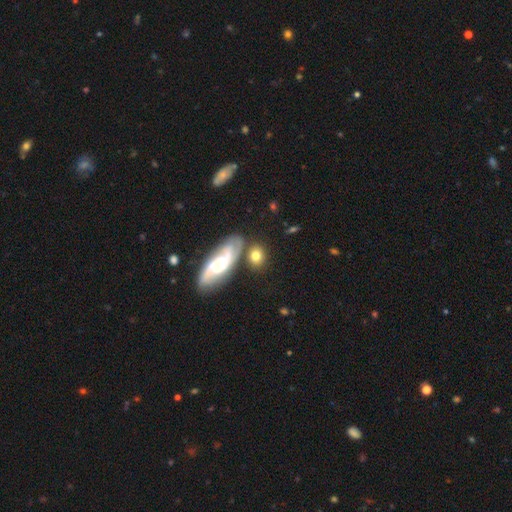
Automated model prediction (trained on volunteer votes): smooth_or_featured: smooth (p=0.68) [alt: featured or disk p=0.25]
how_rounded: round (p=0.57) [alt: in between p=0.38]
merging: none (p=0.67) [alt: merger p=0.16]